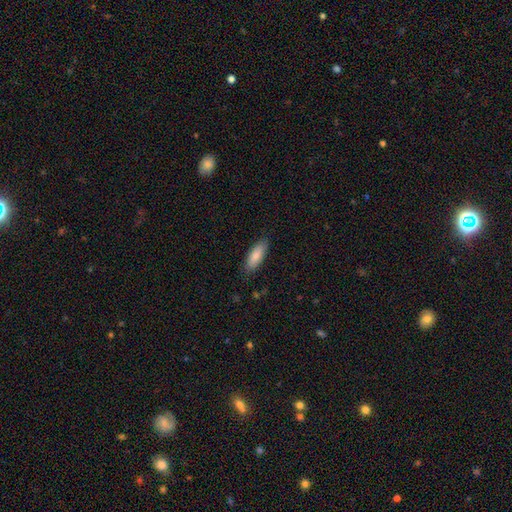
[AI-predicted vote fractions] Morphology: type=smooth (84%); roundness=in between (66%); merging=none (85%).